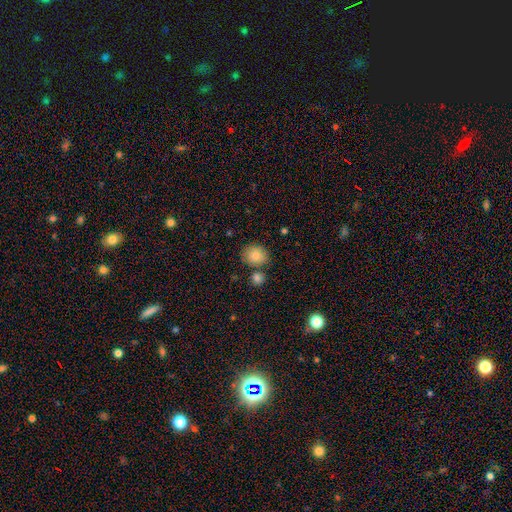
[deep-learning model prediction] Q: Smooth or featured?
A: smooth (84%); runner-up: star or artifact (8%)
Q: How rounded?
A: round (73%); runner-up: in between (26%)
Q: Merging?
A: none (72%); runner-up: merger (13%)